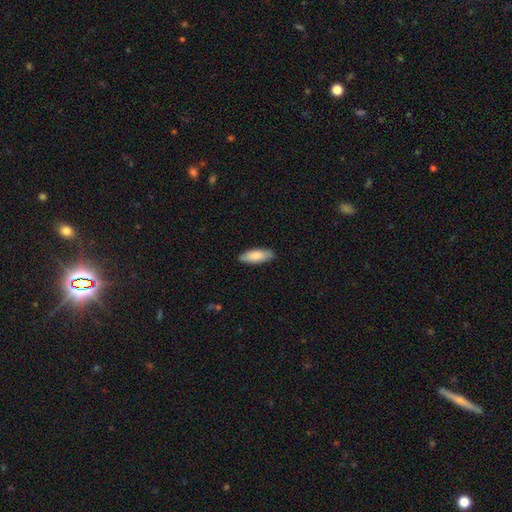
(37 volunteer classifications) Smooth or featured: smooth — 89% (featured or disk — 8%)
How rounded: in between — 88% (cigar-shaped — 12%)
Merging: none — 92% (minor disturbance — 8%)